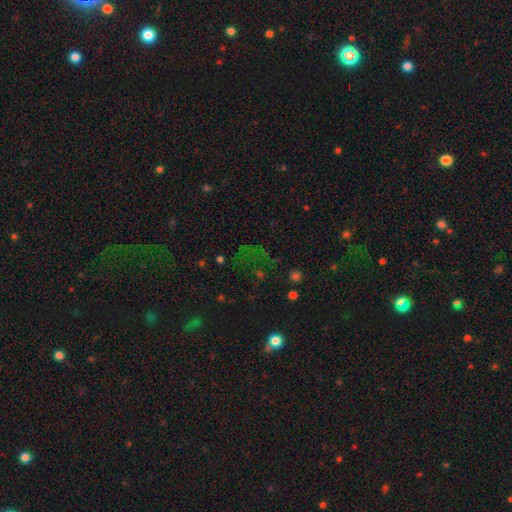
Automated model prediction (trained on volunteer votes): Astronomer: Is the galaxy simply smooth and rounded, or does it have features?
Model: star or artifact — 66%.